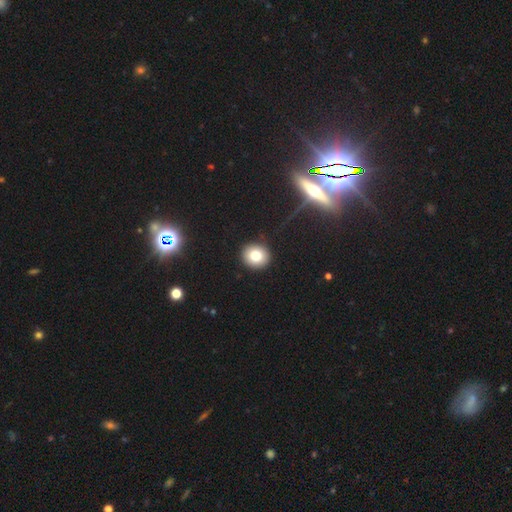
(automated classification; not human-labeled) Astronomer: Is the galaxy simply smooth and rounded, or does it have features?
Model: smooth — 79%.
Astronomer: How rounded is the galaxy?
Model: round — 83%.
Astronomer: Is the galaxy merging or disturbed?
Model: none — 91%.